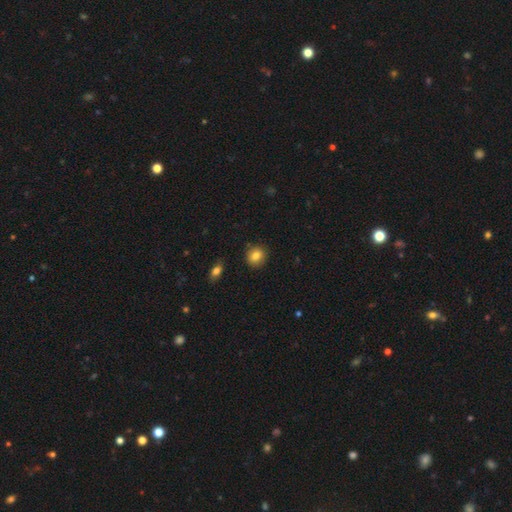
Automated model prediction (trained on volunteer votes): Smooth or featured? Predicted: smooth (p=0.83). How rounded? Predicted: round (p=0.81). Merging? Predicted: none (p=0.89).